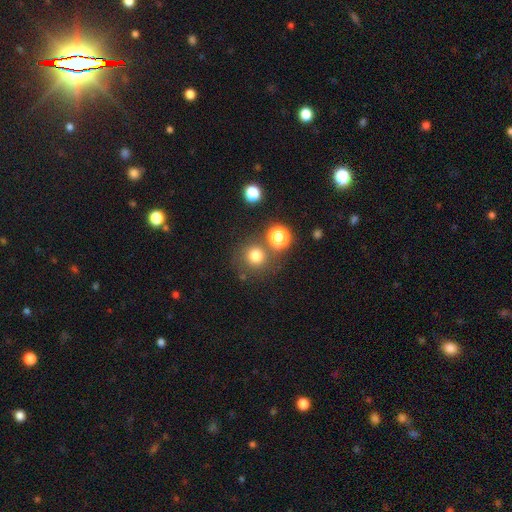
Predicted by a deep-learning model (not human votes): Smooth or featured? smooth (75%)
How rounded? round (93%)
Merging? none (76%)